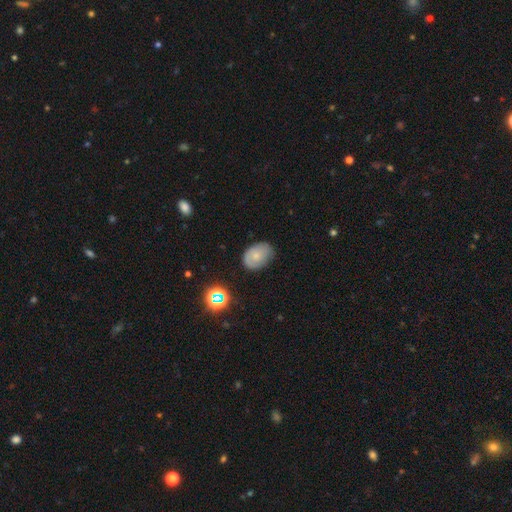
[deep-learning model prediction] A smooth galaxy with no disk features (59%) that is in between round and cigar-shaped (74%).

Vote fractions:
- Smooth or featured? smooth: 59% / featured or disk: 30% / star or artifact: 11%
- How rounded? in between: 74% / round: 25% / cigar-shaped: 1%
- Merging? none: 69% / minor disturbance: 24% / major disturbance: 6% / merger: 1%